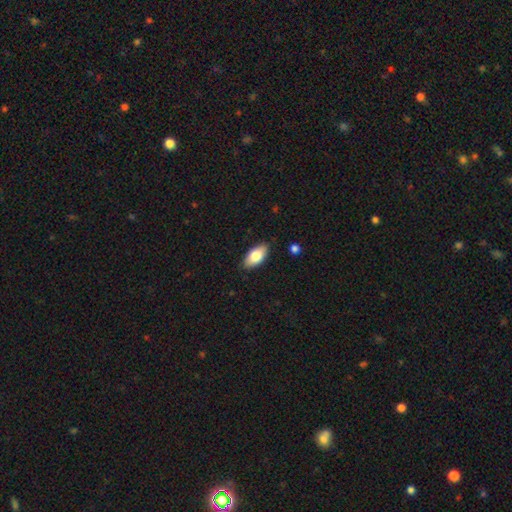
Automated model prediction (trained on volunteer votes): Q: Smooth or featured?
A: smooth (79%); runner-up: featured or disk (15%)
Q: How rounded?
A: in between (92%); runner-up: cigar-shaped (5%)
Q: Merging?
A: none (86%); runner-up: minor disturbance (11%)